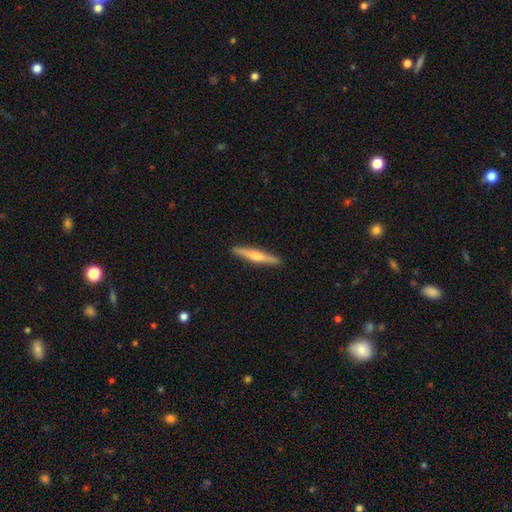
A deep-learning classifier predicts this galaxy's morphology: featured or disk 59%, smooth 34%, star or artifact 6%. Down the decision tree: edge-on disk — yes (97%); edge-on bulge — rounded (83%); merging — none (91%).